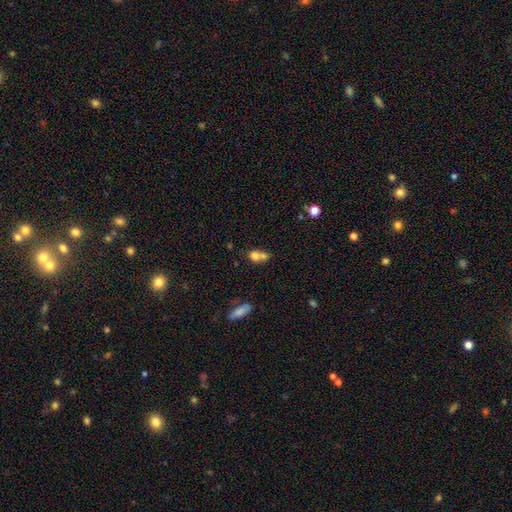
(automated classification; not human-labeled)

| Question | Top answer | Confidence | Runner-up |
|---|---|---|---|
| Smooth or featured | smooth | 72% | featured or disk (17%) |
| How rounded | round | 56% | in between (42%) |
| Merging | merger | 63% | none (25%) |